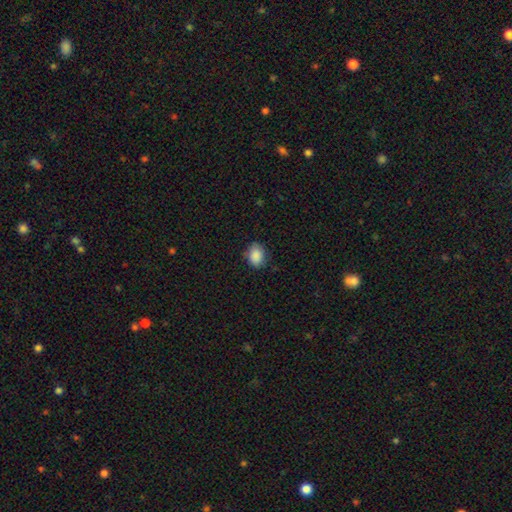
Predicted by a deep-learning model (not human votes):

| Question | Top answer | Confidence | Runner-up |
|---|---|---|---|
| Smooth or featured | smooth | 88% | star or artifact (8%) |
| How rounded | in between | 64% | round (35%) |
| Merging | none | 77% | minor disturbance (18%) |